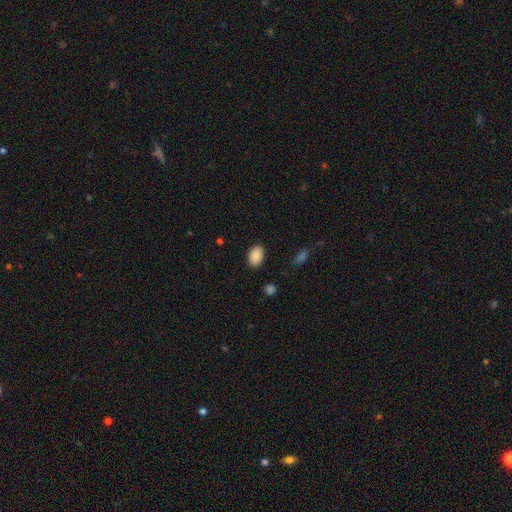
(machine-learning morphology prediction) smooth_or_featured: smooth (p=0.89) [alt: star or artifact p=0.08]
how_rounded: in between (p=0.88) [alt: round p=0.11]
merging: none (p=0.88) [alt: minor disturbance p=0.09]